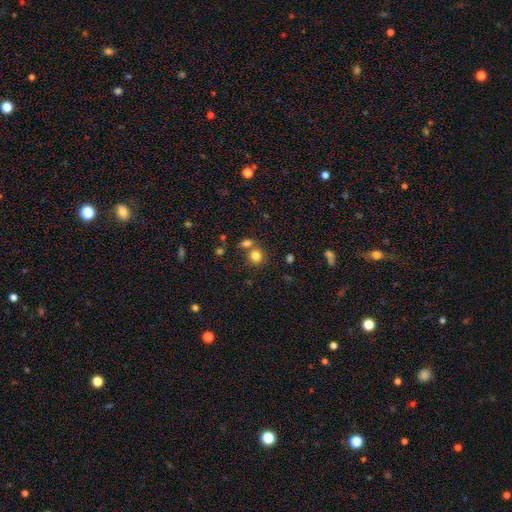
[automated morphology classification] Q: Smooth or featured?
A: smooth (80%); runner-up: star or artifact (12%)
Q: How rounded?
A: round (83%); runner-up: in between (16%)
Q: Merging?
A: none (60%); runner-up: merger (27%)